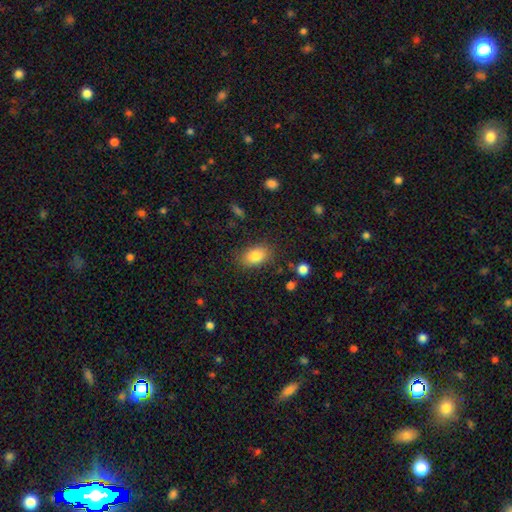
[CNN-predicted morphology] Smooth or featured: smooth — 83% (star or artifact — 8%)
How rounded: in between — 85% (round — 14%)
Merging: none — 83% (minor disturbance — 12%)